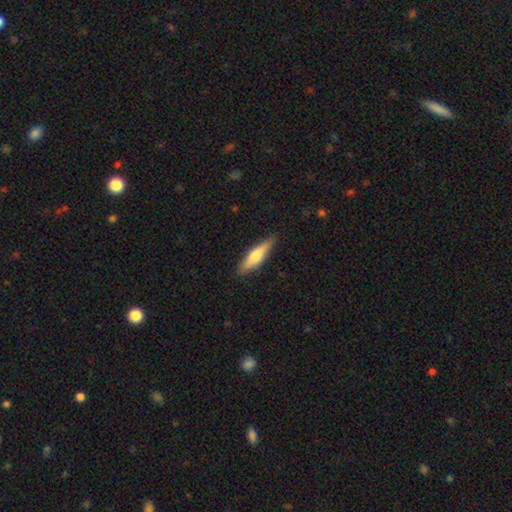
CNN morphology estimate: A smooth galaxy with no disk features (60%) that is cigar-shaped (69%). Merging: none (87%).